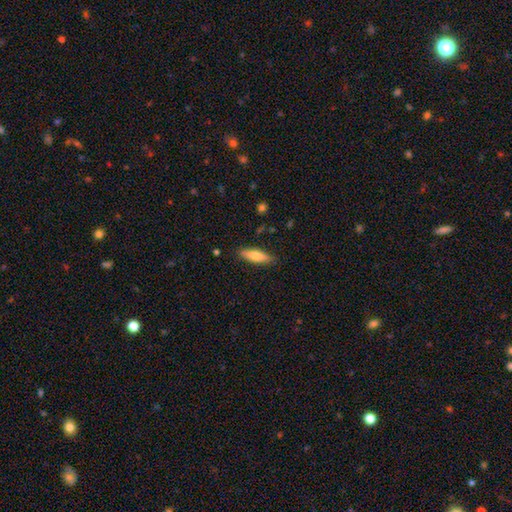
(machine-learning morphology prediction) A smooth galaxy with no disk features (75%) that is cigar-shaped (60%). Merging: none (86%).